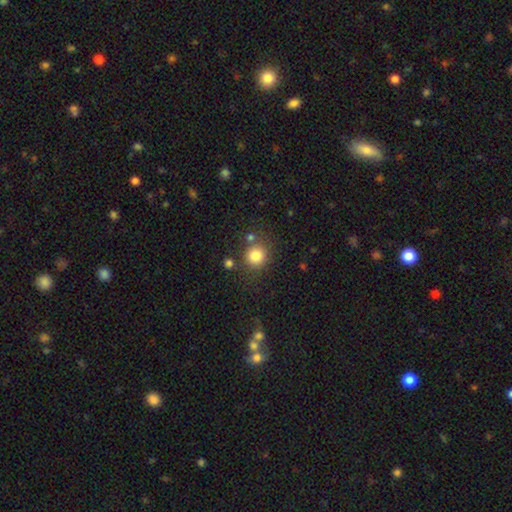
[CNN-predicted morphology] Q: Smooth or featured?
A: smooth (82%); runner-up: star or artifact (12%)
Q: How rounded?
A: round (89%); runner-up: in between (10%)
Q: Merging?
A: none (76%); runner-up: minor disturbance (10%)